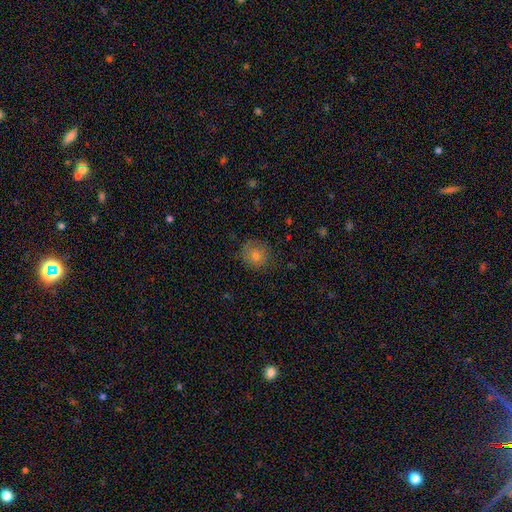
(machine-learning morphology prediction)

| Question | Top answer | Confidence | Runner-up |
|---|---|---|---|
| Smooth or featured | smooth | 67% | featured or disk (18%) |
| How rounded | round | 90% | in between (9%) |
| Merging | none | 81% | minor disturbance (14%) |